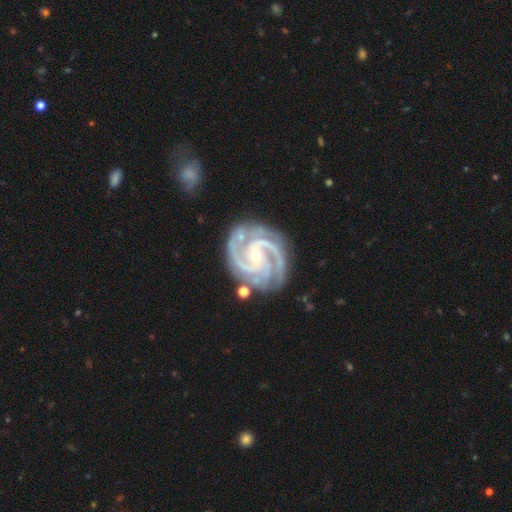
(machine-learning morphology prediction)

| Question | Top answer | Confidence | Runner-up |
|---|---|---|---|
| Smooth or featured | featured or disk | 94% | star or artifact (4%) |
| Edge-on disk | no | 98% | yes (2%) |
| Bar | no | 46% | weak (33%) |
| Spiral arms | yes | 99% | no (1%) |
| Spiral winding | tight | 55% | medium (42%) |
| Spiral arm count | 3 | 48% | 2 (28%) |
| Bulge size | small | 74% | moderate (23%) |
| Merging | none | 76% | minor disturbance (16%) |